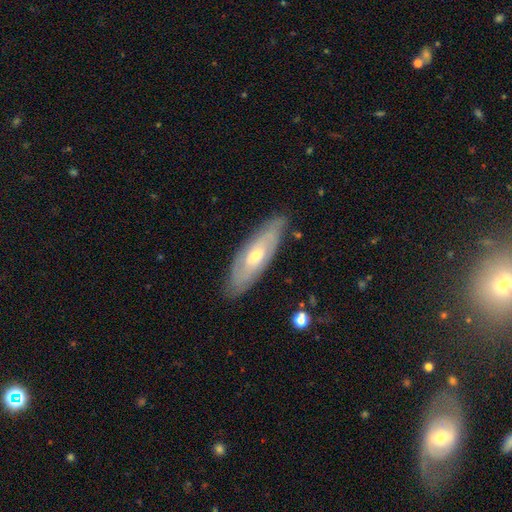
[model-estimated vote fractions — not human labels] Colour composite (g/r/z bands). It shows a featured or disk galaxy (63%). Merging: none (81%).